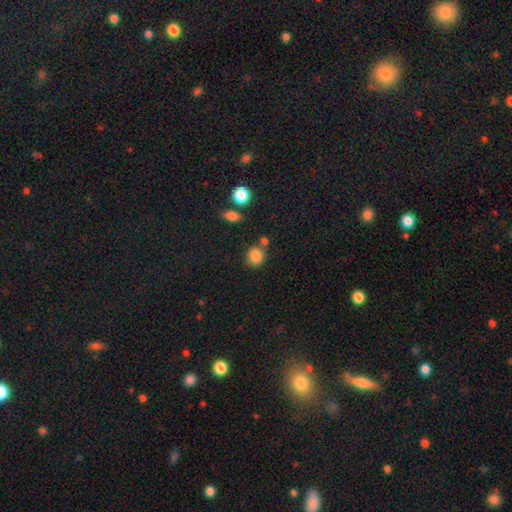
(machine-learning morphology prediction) Smooth or featured: smooth — 84% (star or artifact — 10%)
How rounded: round — 73% (in between — 26%)
Merging: none — 69% (minor disturbance — 15%)